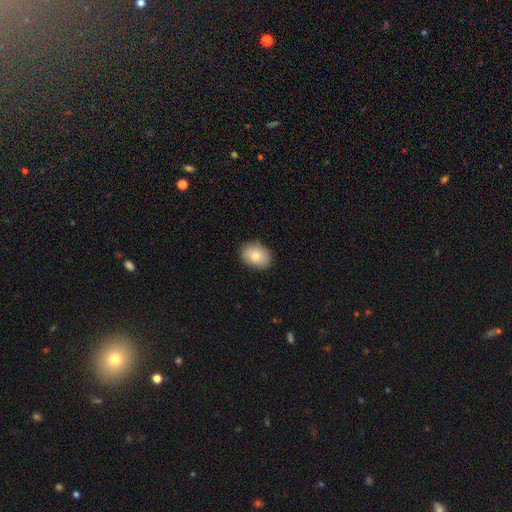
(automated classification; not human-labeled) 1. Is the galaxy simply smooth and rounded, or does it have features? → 79% smooth, 14% featured or disk, 7% star or artifact.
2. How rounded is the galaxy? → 72% in between, 27% round, 1% cigar-shaped.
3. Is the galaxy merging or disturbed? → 85% none, 12% minor disturbance, 2% major disturbance, 1% merger.